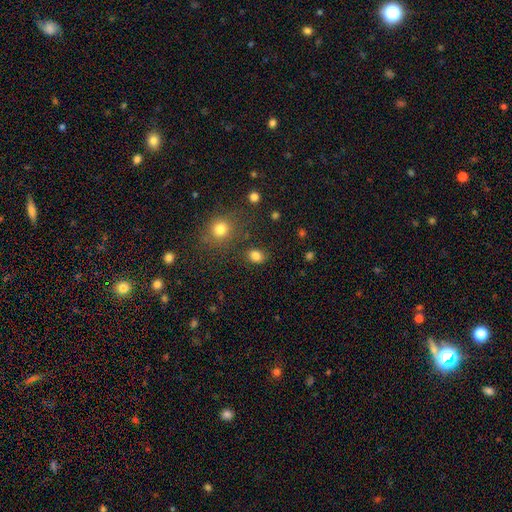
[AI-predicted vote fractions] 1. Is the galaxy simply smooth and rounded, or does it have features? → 83% smooth, 13% star or artifact, 4% featured or disk.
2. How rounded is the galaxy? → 56% in between, 43% round, 1% cigar-shaped.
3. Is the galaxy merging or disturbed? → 81% none, 11% minor disturbance, 4% merger, 4% major disturbance.